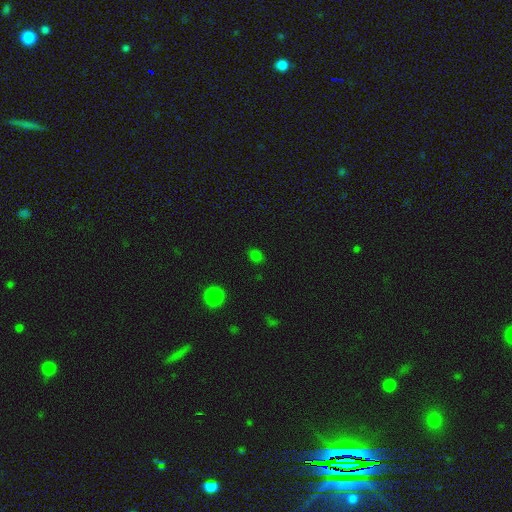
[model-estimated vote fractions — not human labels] smooth 73%, star or artifact 23%, featured or disk 4%. Down the decision tree: how rounded — round (53%); merging — none (85%).